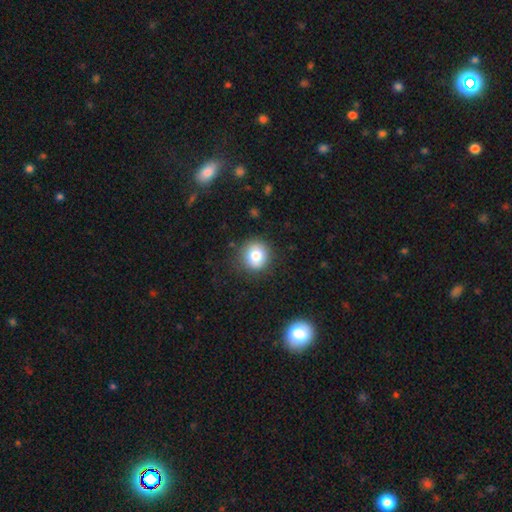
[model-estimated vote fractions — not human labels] Smooth or featured? Predicted: smooth (p=0.80). How rounded? Predicted: round (p=0.91). Merging? Predicted: none (p=0.86).